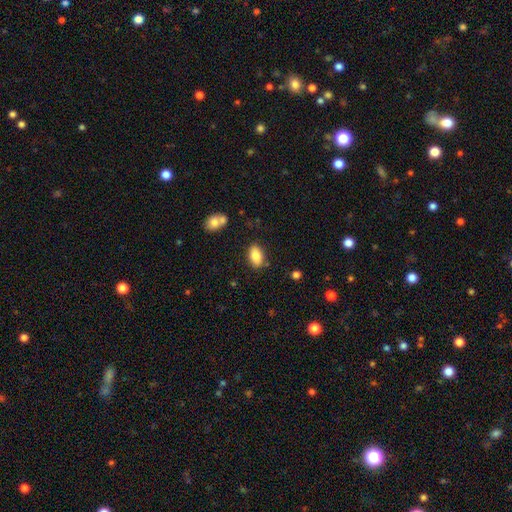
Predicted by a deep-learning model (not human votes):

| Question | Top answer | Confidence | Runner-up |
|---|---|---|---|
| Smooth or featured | smooth | 85% | star or artifact (8%) |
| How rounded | in between | 92% | round (6%) |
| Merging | none | 82% | minor disturbance (12%) |